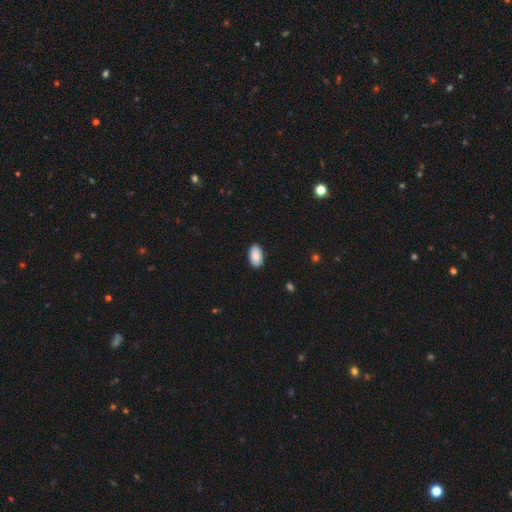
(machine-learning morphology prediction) A smooth galaxy with no disk features (89%) that is in between round and cigar-shaped (95%). Merging: none (89%).